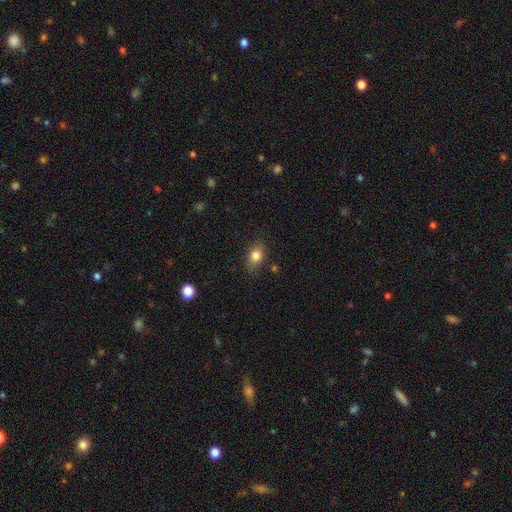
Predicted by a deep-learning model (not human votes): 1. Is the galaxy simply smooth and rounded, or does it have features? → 82% smooth, 9% featured or disk, 9% star or artifact.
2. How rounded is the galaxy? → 76% in between, 21% round, 3% cigar-shaped.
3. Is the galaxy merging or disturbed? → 79% none, 15% minor disturbance, 4% major disturbance, 2% merger.